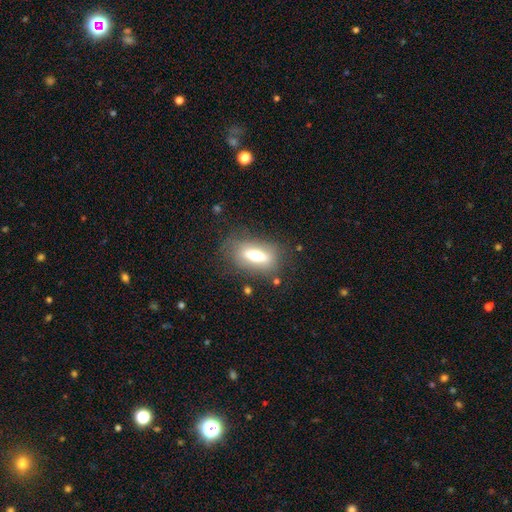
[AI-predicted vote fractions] This is possibly a smooth galaxy (58%). How rounded: likely in between (65%). Merging: likely none (72%).